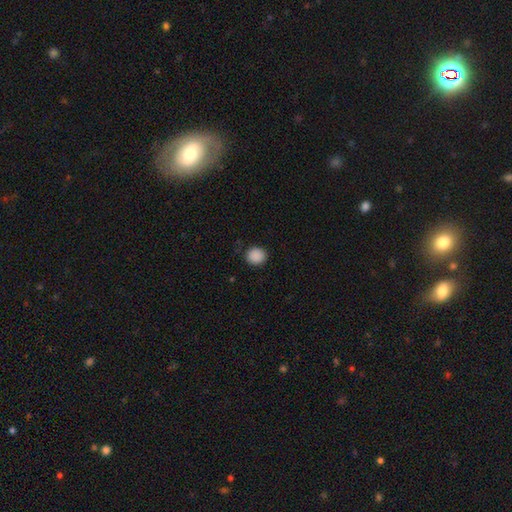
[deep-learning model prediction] A smooth galaxy with no disk features (89%) that is round (87%).

Vote fractions:
- Smooth or featured? smooth: 89% / star or artifact: 9% / featured or disk: 2%
- How rounded? round: 87% / in between: 12% / cigar-shaped: 1%
- Merging? none: 88% / minor disturbance: 8% / major disturbance: 2% / merger: 1%